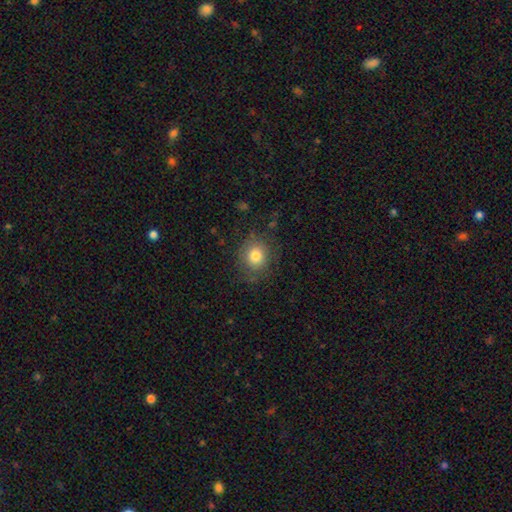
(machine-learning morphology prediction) smooth_or_featured: smooth (p=0.78) [alt: featured or disk p=0.11]
how_rounded: round (p=0.78) [alt: in between p=0.21]
merging: none (p=0.79) [alt: minor disturbance p=0.14]